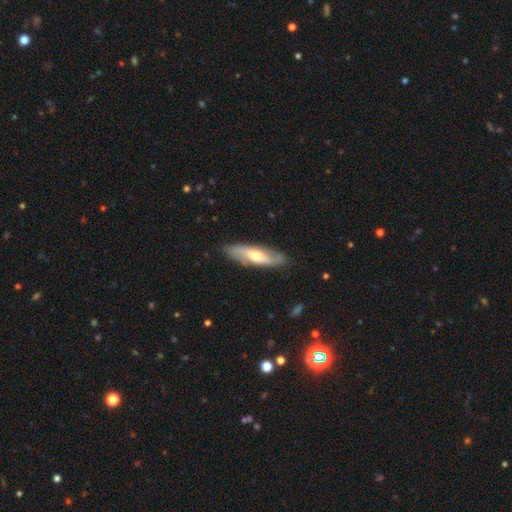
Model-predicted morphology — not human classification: The model was most divided on "smooth or featured": featured or disk: 58%, smooth: 36%, star or artifact: 5%. More confident: merging — none (83%); edge-on disk — no (69%).